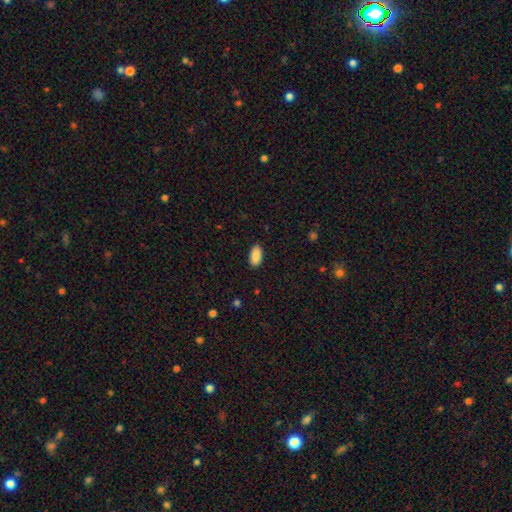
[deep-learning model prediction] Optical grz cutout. It shows a smooth galaxy with no disk features (90%) that is in between round and cigar-shaped (94%). Merging: none (89%).